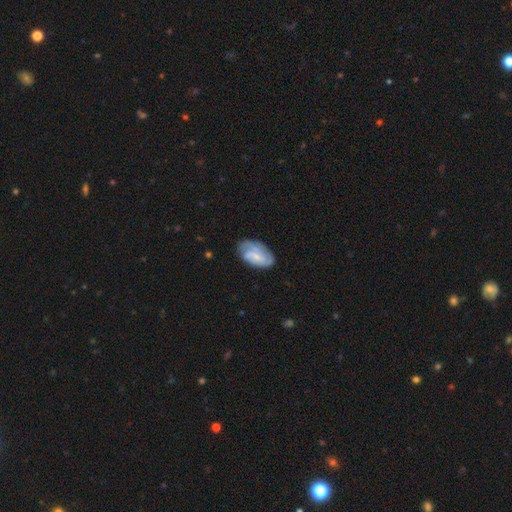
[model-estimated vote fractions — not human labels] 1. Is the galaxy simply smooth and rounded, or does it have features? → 64% featured or disk, 30% smooth, 6% star or artifact.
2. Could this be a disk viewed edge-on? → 96% no, 4% yes.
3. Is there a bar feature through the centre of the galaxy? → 48% no, 41% weak, 11% strong.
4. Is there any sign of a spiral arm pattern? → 87% yes, 13% no.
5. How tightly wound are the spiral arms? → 48% tight, 38% medium, 14% loose.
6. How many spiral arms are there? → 36% 2, 31% can't tell, 19% 3, 6% 1, 4% 4, 3% more than 4.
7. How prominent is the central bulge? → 60% small, 23% moderate, 14% none, 2% large, 1% dominant.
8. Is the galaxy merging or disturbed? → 65% none, 25% minor disturbance, 9% major disturbance, 2% merger.